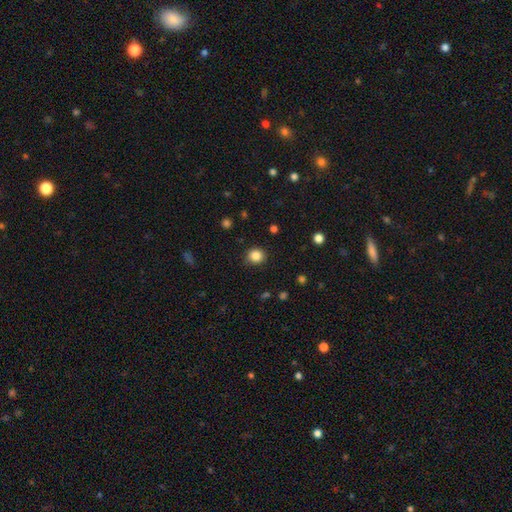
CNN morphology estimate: This appears to be a smooth galaxy with no disk features (85%) that is round (87%). Merging: none (87%).